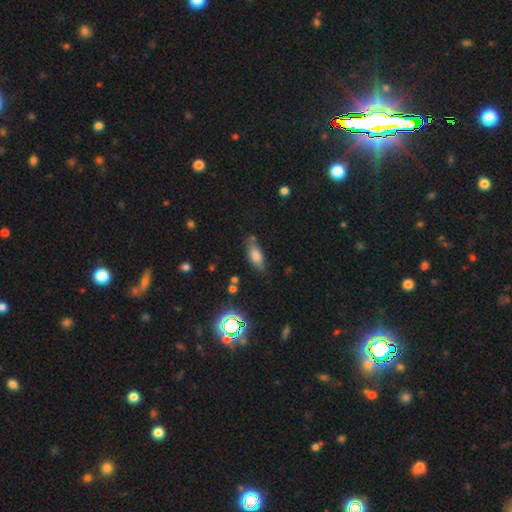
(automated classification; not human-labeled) Overall: smooth (72%). How rounded: in between (70%). Merging: none (73%).